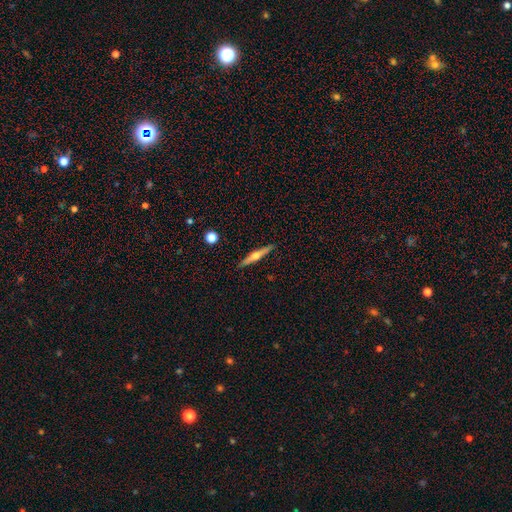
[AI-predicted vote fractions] smooth-or-featured: featured or disk: 68% | smooth: 26% | star or artifact: 6%
  disk-edge-on: yes: 98% | no: 2%
    edge-on-bulge: rounded: 93% | none: 4% | boxy: 3%
  merging: none: 92% | minor disturbance: 6% | major disturbance: 1% | merger: 1%